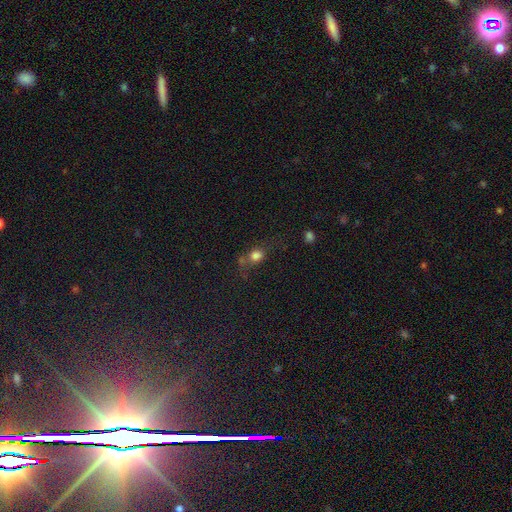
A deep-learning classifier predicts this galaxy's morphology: This is likely a smooth galaxy (75%). How rounded: possibly round (57%). Merging: possibly none (48%).